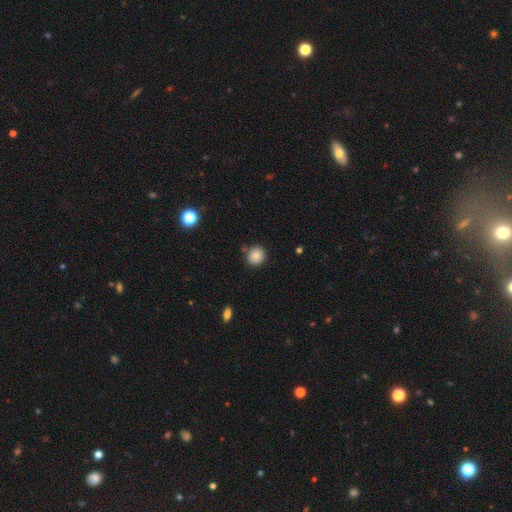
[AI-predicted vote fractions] A smooth galaxy with no disk features (86%) that is round (89%). Merging: none (83%).